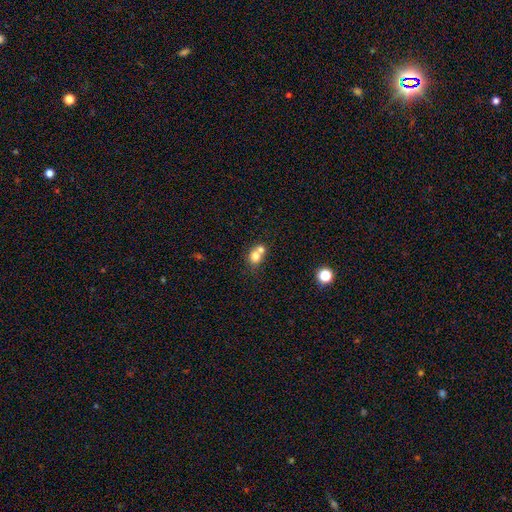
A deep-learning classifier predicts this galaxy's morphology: This is likely a smooth galaxy (75%). How rounded: likely round (68%). Merging: likely merger (60%).